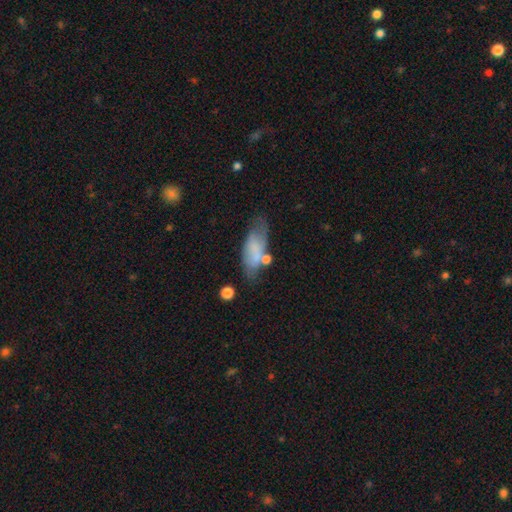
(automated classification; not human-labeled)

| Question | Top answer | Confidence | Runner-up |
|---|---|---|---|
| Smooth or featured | smooth | 60% | featured or disk (30%) |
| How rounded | in between | 69% | cigar-shaped (29%) |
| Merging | none | 56% | minor disturbance (25%) |